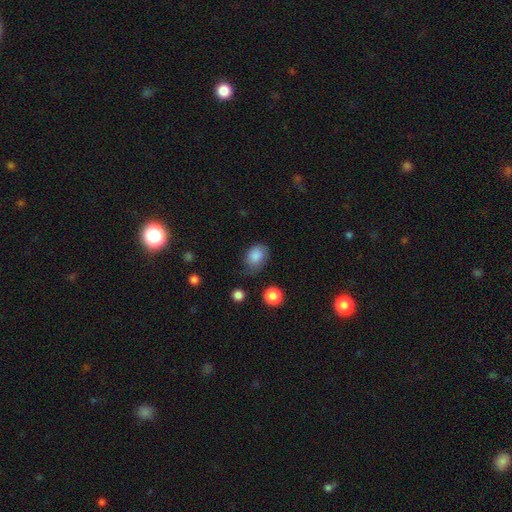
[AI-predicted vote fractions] Smooth or featured? Predicted: smooth (p=0.79). How rounded? Predicted: in between (p=0.73). Merging? Predicted: none (p=0.53).